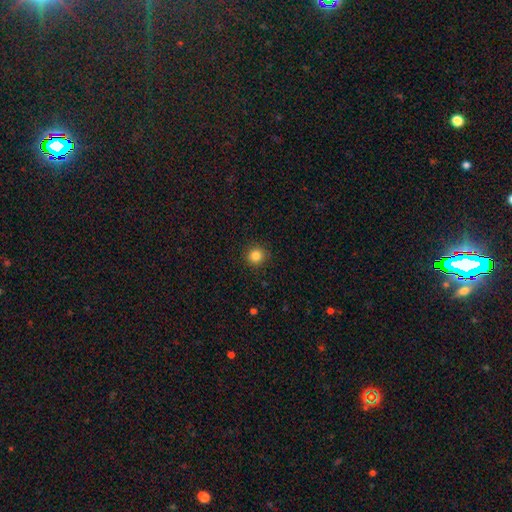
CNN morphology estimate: Q: Smooth or featured?
A: smooth (84%); runner-up: star or artifact (12%)
Q: How rounded?
A: round (93%); runner-up: in between (6%)
Q: Merging?
A: none (91%); runner-up: minor disturbance (6%)